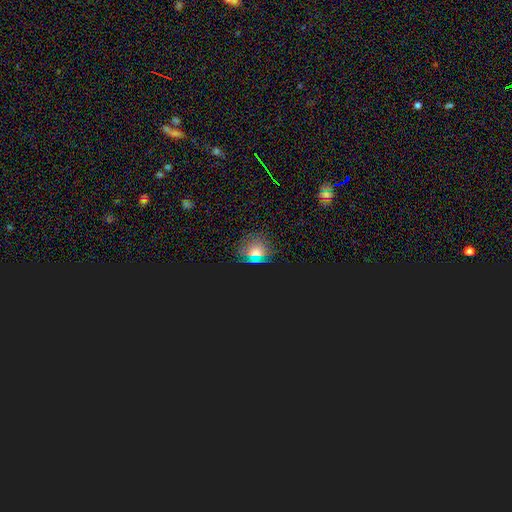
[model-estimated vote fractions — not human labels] Q: Smooth or featured?
A: star or artifact (51%); runner-up: smooth (39%)